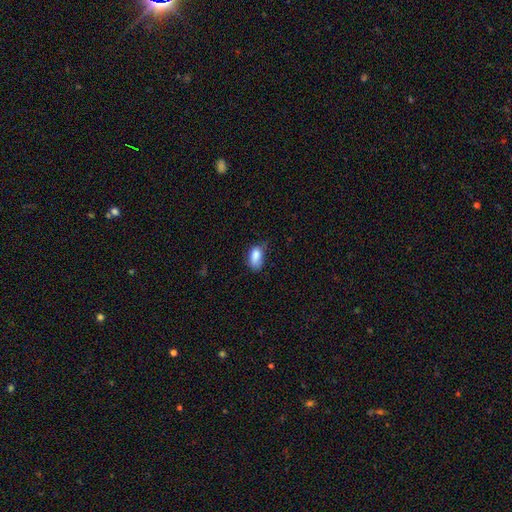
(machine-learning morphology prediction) type=smooth (85%); roundness=in between (90%); merging=none (50%).